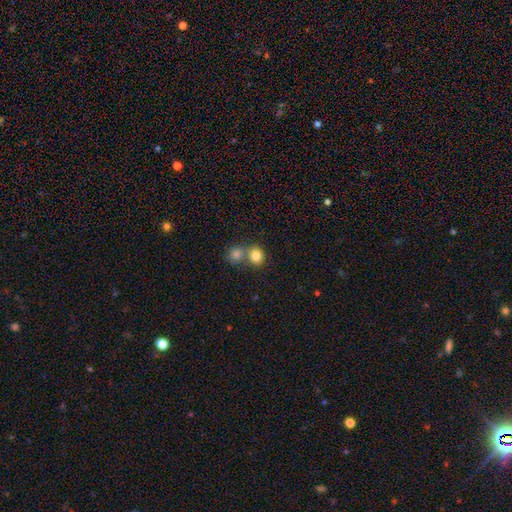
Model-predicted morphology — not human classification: Smooth or featured?
  - smooth: 83% *
  - star or artifact: 10%
  - featured or disk: 7%
How rounded?
  - round: 77% *
  - in between: 22%
  - cigar-shaped: 1%
Merging?
  - none: 48% *
  - merger: 42%
  - minor disturbance: 7%
  - major disturbance: 3%